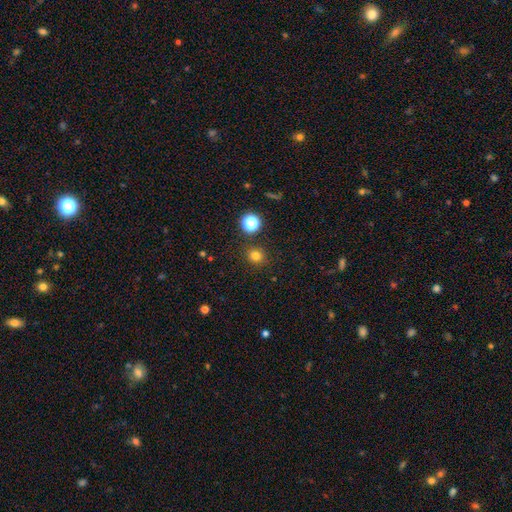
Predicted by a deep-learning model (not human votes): Smooth or featured?
  - smooth: 77% *
  - star or artifact: 17%
  - featured or disk: 6%
How rounded?
  - round: 87% *
  - in between: 12%
  - cigar-shaped: 1%
Merging?
  - none: 88% *
  - minor disturbance: 7%
  - merger: 3%
  - major disturbance: 3%